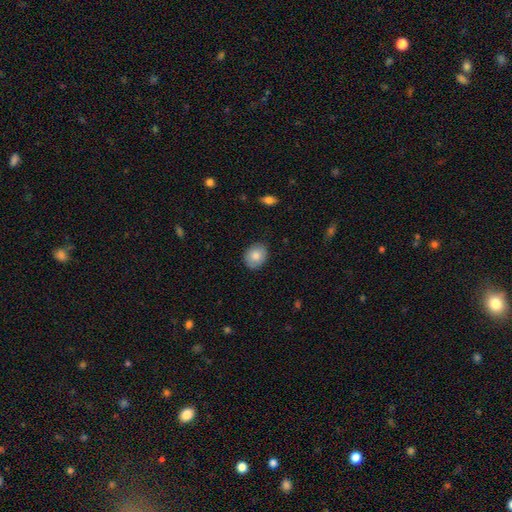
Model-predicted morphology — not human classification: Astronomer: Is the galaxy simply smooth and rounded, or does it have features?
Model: smooth — 82%.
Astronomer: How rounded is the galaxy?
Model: round — 50% (runner-up: in between, 49%).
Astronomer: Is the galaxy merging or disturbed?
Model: none — 85%.